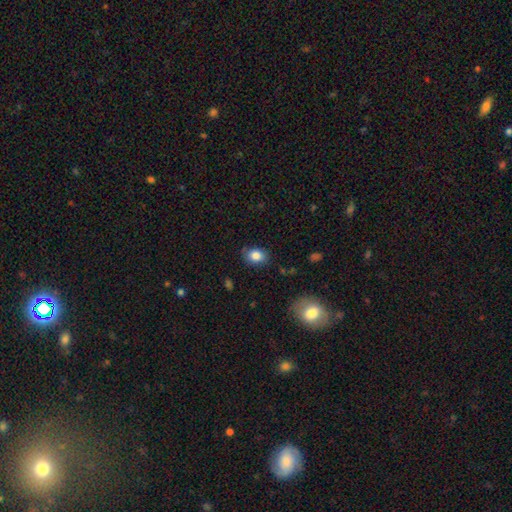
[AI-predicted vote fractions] Smooth or featured? smooth (84%)
How rounded? in between (70%)
Merging? none (81%)